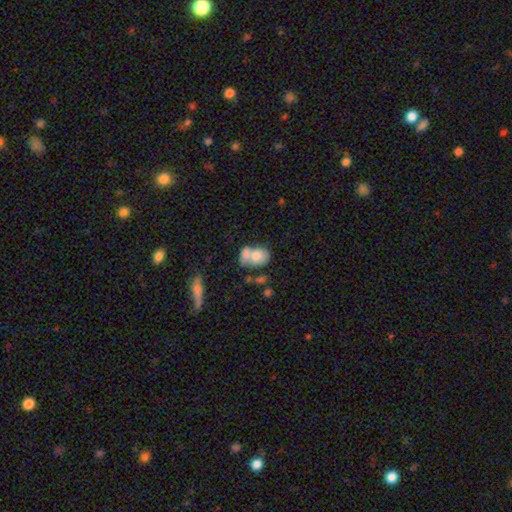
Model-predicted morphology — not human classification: smooth_or_featured: smooth (p=0.67) [alt: featured or disk p=0.24]
how_rounded: in between (p=0.67) [alt: round p=0.32]
merging: merger (p=0.52) [alt: none p=0.25]